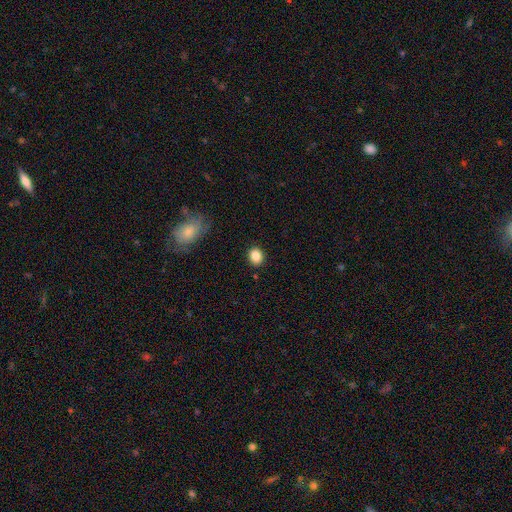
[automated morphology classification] Smooth or featured? Predicted: smooth (p=0.86). How rounded? Predicted: round (p=0.58). Merging? Predicted: none (p=0.88).